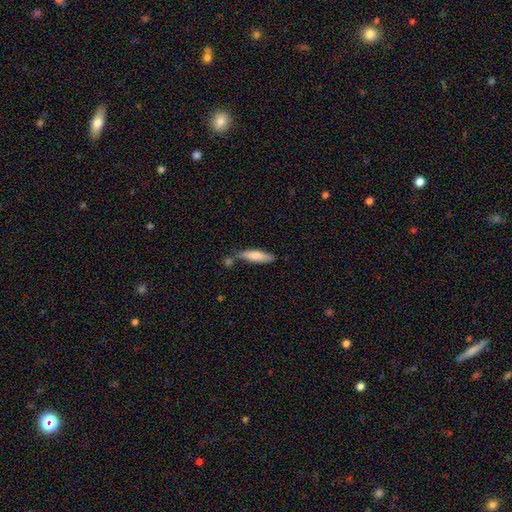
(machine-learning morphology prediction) This appears to be a smooth galaxy with no disk features (78%) that is cigar-shaped (66%). Merging: none (63%).